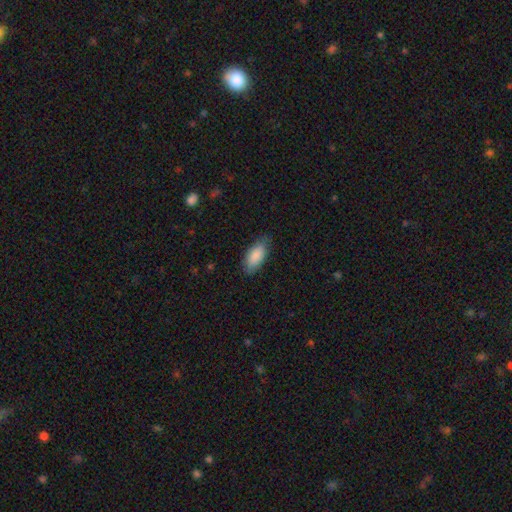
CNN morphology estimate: Smooth or featured? smooth (88%)
How rounded? in between (89%)
Merging? none (79%)